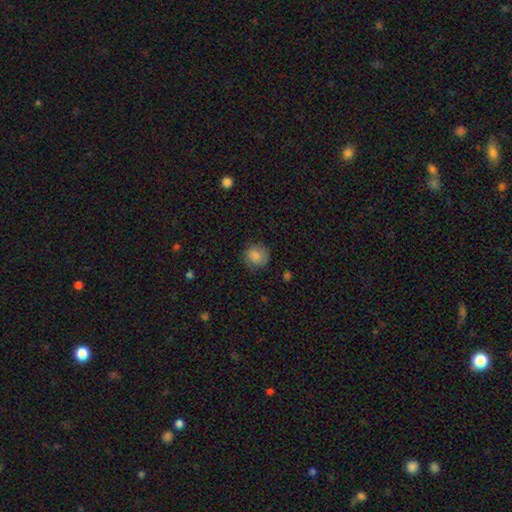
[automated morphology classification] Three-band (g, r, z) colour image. It shows a smooth galaxy with no disk features (84%) that is round (87%). Merging: none (79%).